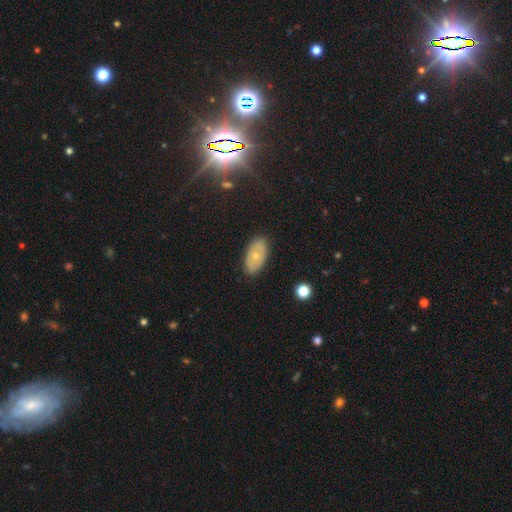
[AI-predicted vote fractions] A smooth galaxy with no disk features (54%) that is in between round and cigar-shaped (92%).

Vote fractions:
- Smooth or featured? smooth: 54% / featured or disk: 37% / star or artifact: 9%
- How rounded? in between: 92% / round: 5% / cigar-shaped: 3%
- Merging? none: 85% / minor disturbance: 11% / major disturbance: 3% / merger: 1%